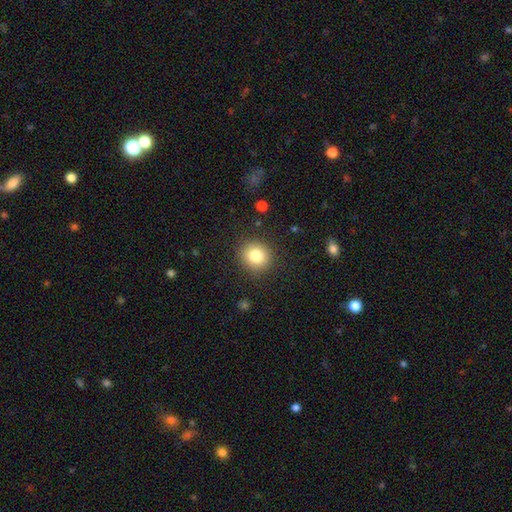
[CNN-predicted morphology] A smooth galaxy with no disk features (81%) that is round (87%).

Vote fractions:
- Smooth or featured? smooth: 81% / star or artifact: 11% / featured or disk: 8%
- How rounded? round: 87% / in between: 12% / cigar-shaped: 1%
- Merging? none: 89% / minor disturbance: 7% / major disturbance: 3% / merger: 1%